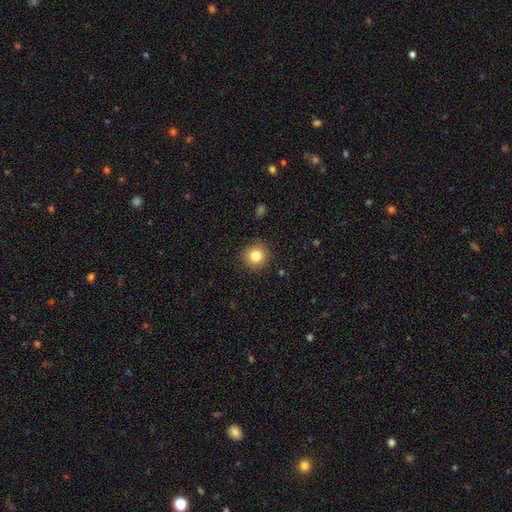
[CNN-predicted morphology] Overall: smooth (82%). How rounded: round (92%). Merging: none (90%).